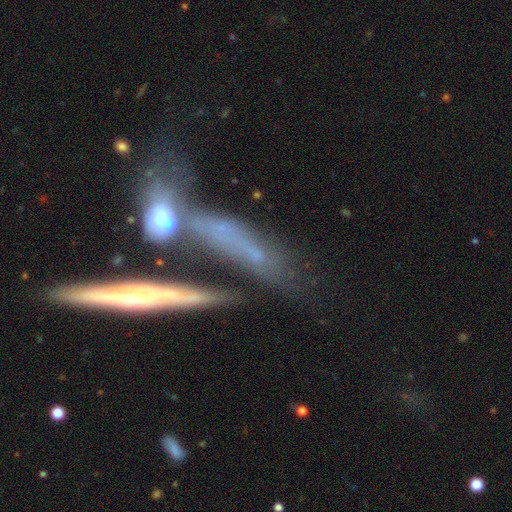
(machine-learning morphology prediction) type=smooth (42%); merging=none (49%).